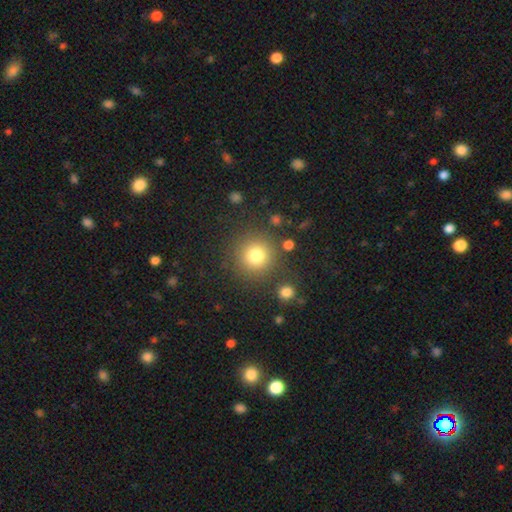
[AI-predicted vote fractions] Smooth or featured? Predicted: smooth (p=0.79). How rounded? Predicted: round (p=0.94). Merging? Predicted: none (p=0.84).